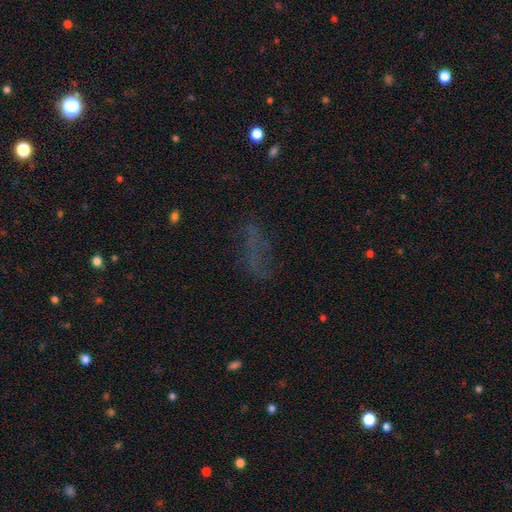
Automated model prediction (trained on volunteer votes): This appears to be a smooth galaxy with no disk features (44%). Merging: none (55%).